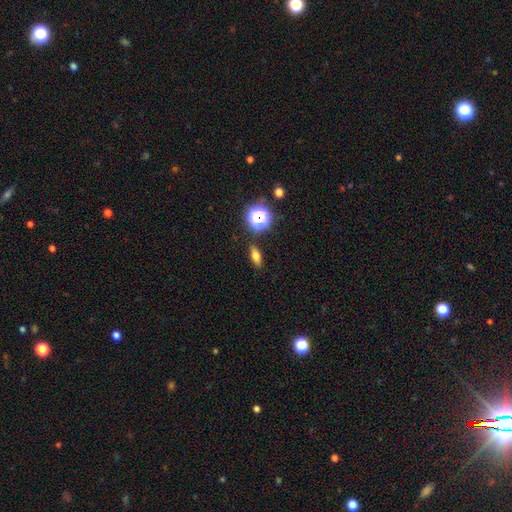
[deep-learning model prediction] Smooth or featured: smooth — 67% (star or artifact — 17%)
How rounded: in between — 63% (cigar-shaped — 23%)
Merging: none — 87% (minor disturbance — 9%)